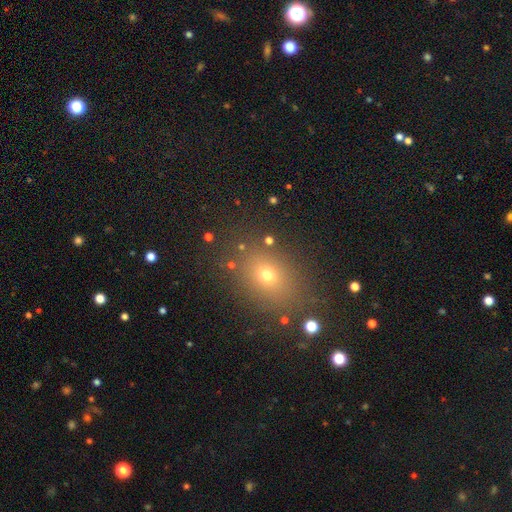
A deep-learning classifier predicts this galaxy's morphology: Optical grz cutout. It shows a smooth galaxy with no disk features (55%) that is round (53%). Merging: none (85%).